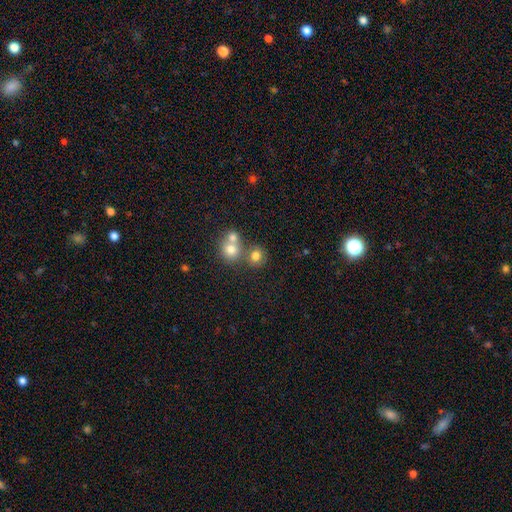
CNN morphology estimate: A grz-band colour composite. It shows a smooth galaxy with no disk features (75%) that is round (82%). Merging: none (53%).